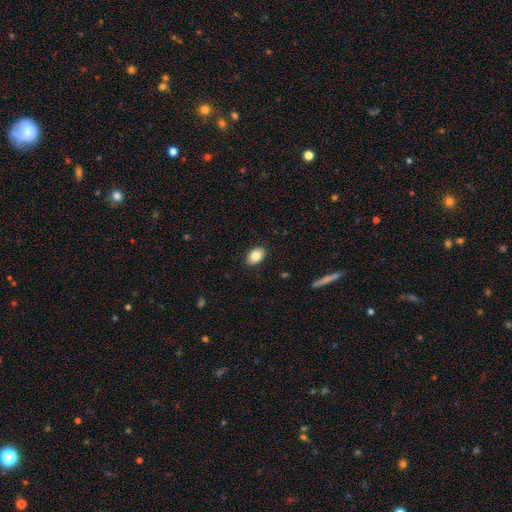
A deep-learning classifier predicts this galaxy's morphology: This is clearly a smooth galaxy (84%). How rounded: clearly in between (85%). Merging: clearly none (89%).